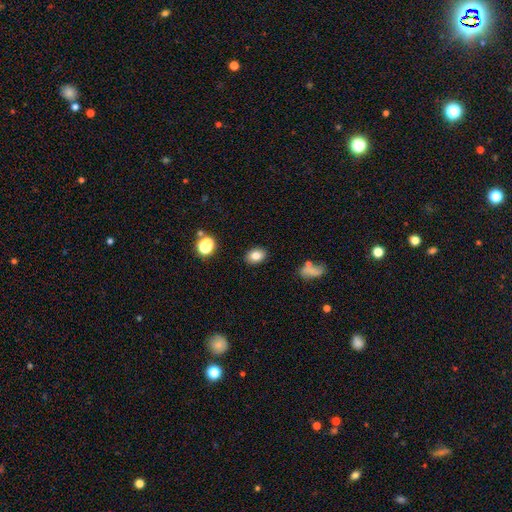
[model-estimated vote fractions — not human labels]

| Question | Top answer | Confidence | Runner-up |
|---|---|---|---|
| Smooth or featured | smooth | 80% | star or artifact (11%) |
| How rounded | in between | 66% | round (33%) |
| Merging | none | 87% | minor disturbance (9%) |